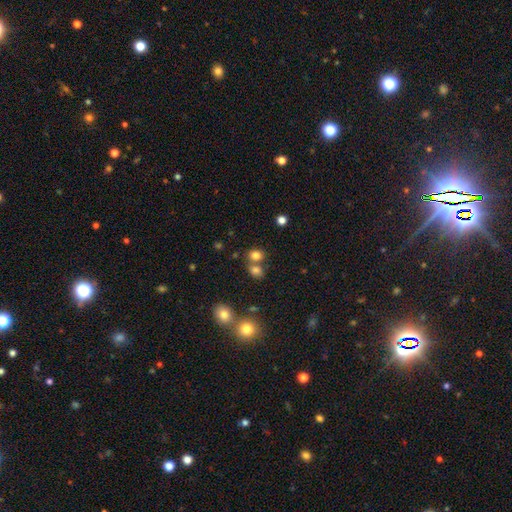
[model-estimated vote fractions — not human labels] Overall: smooth (79%). How rounded: round (57%; in between 42%). Merging: none (55%; merger 32%).